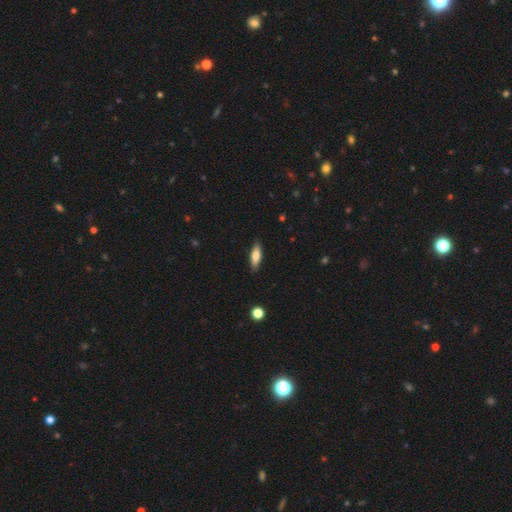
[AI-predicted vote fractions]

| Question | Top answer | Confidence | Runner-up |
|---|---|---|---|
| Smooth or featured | smooth | 71% | featured or disk (22%) |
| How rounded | in between | 51% | cigar-shaped (46%) |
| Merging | none | 87% | minor disturbance (10%) |